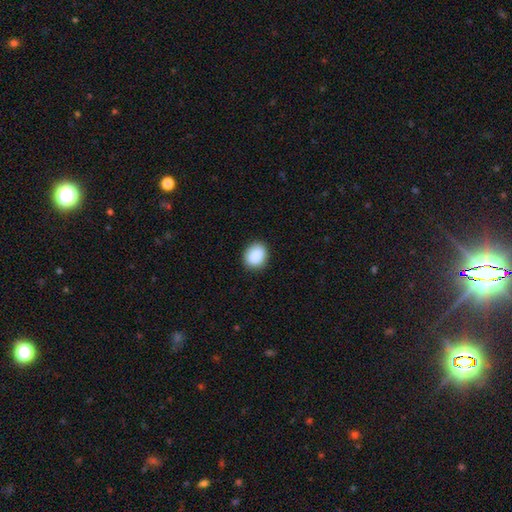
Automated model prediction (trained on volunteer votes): Smooth or featured? Predicted: smooth (p=0.88). How rounded? Predicted: round (p=0.51). Merging? Predicted: none (p=0.87).